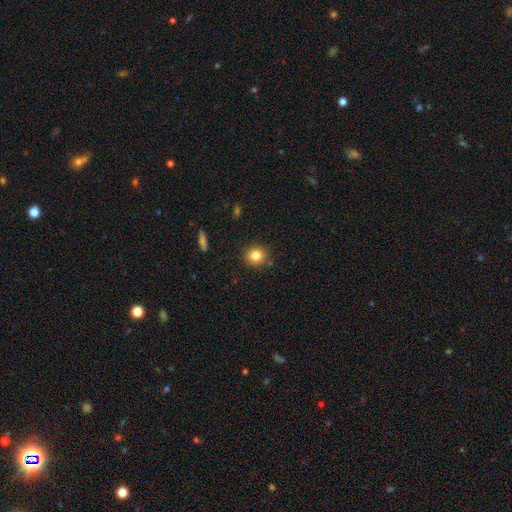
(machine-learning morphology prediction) Smooth or featured? smooth (83%)
How rounded? round (90%)
Merging? none (87%)